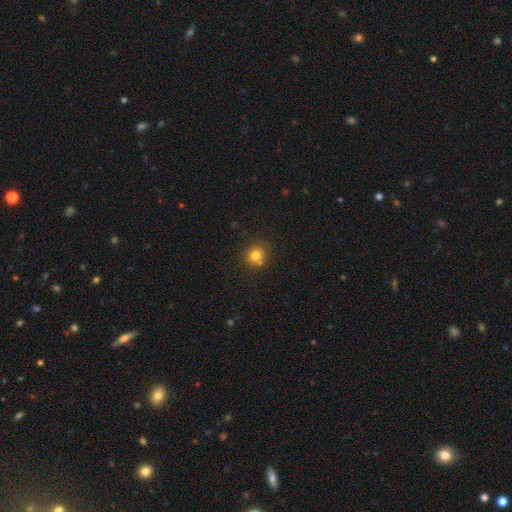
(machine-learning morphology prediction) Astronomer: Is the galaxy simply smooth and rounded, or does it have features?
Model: smooth — 78%.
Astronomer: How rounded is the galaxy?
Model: round — 86%.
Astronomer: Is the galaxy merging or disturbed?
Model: none — 73%.